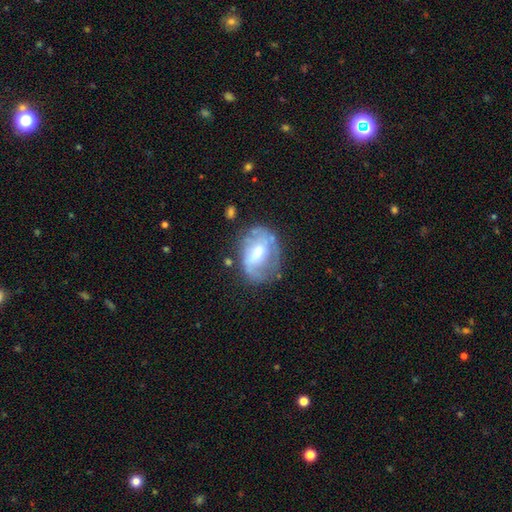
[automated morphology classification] Overall: featured or disk (62%; smooth 30%). Edge-on disk: no (96%). Bar: weak (47%; no 38%). Spiral arms: yes (65%; no 35%). Bulge size: moderate (56%; small 30%). Merging: none (52%; minor disturbance 26%).